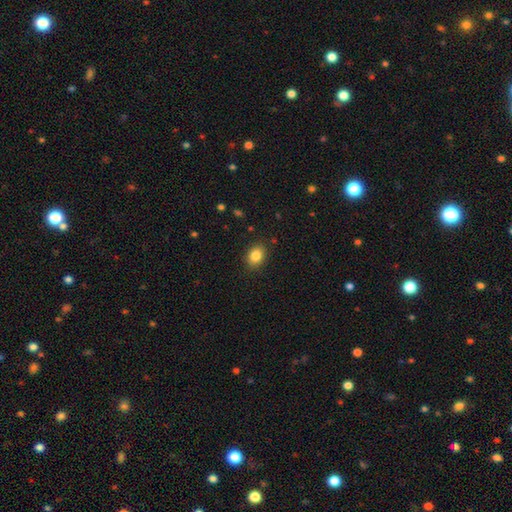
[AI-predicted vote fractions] smooth_or_featured: smooth (p=0.85) [alt: star or artifact p=0.09]
how_rounded: in between (p=0.61) [alt: round p=0.38]
merging: none (p=0.87) [alt: minor disturbance p=0.09]